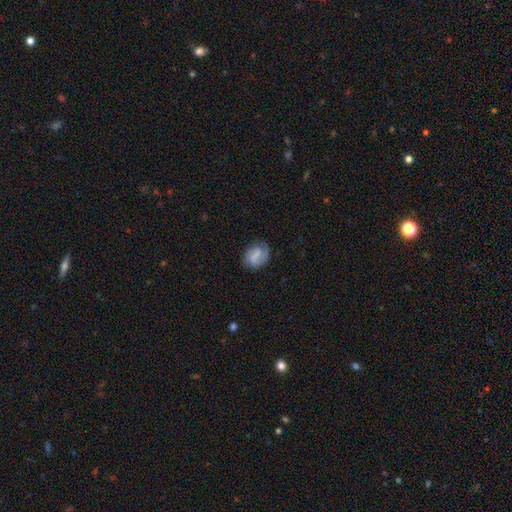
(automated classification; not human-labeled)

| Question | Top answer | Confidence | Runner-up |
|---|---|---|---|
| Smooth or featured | featured or disk | 56% | smooth (37%) |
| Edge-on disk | no | 97% | yes (3%) |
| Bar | weak | 46% | strong (31%) |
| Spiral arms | yes | 88% | no (12%) |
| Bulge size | none | 53% | small (25%) |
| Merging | none | 73% | minor disturbance (18%) |